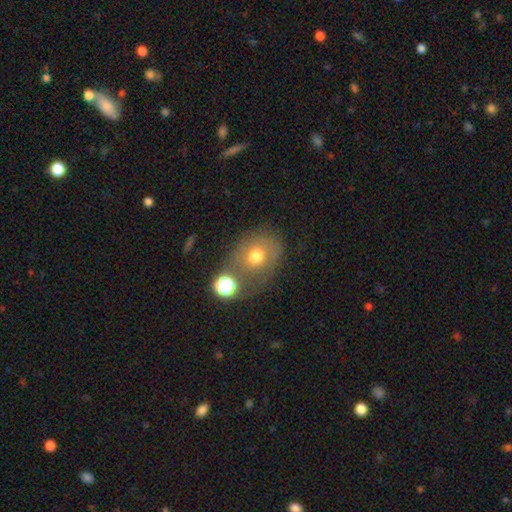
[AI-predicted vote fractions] Smooth or featured: smooth — 67% (featured or disk — 20%)
How rounded: round — 62% (in between — 37%)
Merging: none — 57% (minor disturbance — 18%)